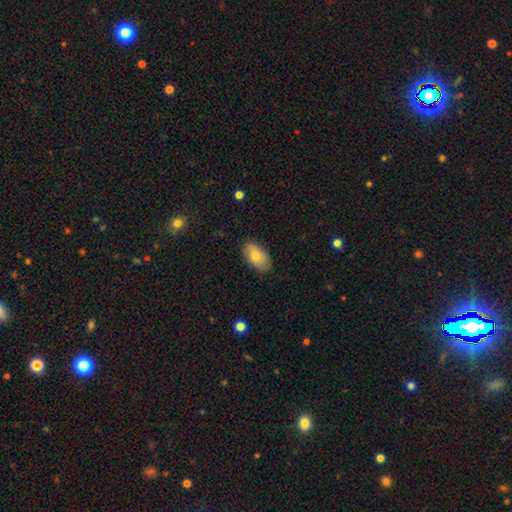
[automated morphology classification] smooth 75%, featured or disk 19%, star or artifact 6%. Down the decision tree: how rounded — in between (93%); merging — none (83%).